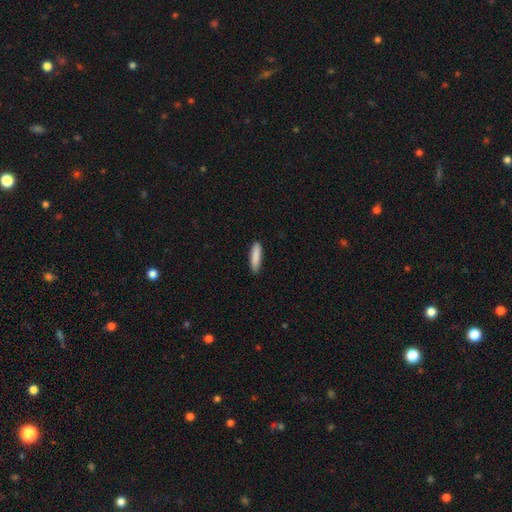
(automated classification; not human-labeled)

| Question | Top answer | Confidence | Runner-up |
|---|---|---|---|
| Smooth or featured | smooth | 88% | featured or disk (6%) |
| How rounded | cigar-shaped | 79% | in between (20%) |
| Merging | none | 90% | minor disturbance (8%) |